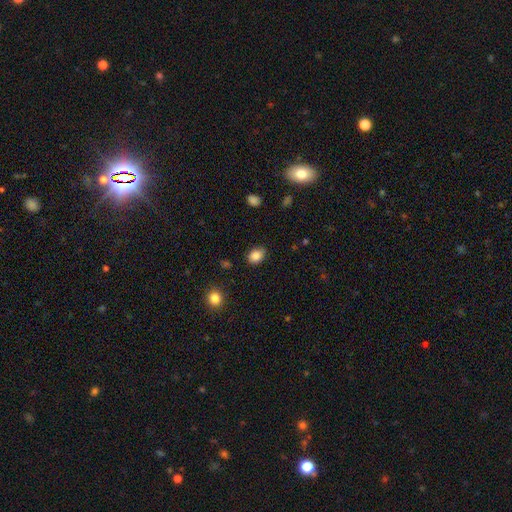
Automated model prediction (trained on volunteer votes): Overall: smooth (85%). How rounded: in between (65%; round 34%). Merging: none (84%).